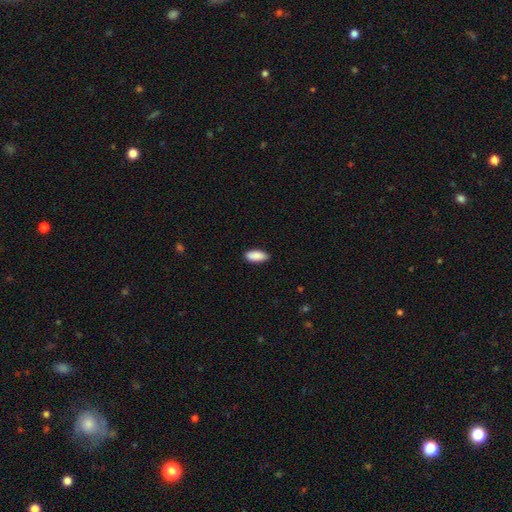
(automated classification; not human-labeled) Smooth or featured?
  - smooth: 90% *
  - star or artifact: 6%
  - featured or disk: 4%
How rounded?
  - in between: 88% *
  - cigar-shaped: 11%
  - round: 2%
Merging?
  - none: 86% *
  - minor disturbance: 11%
  - major disturbance: 2%
  - merger: 1%